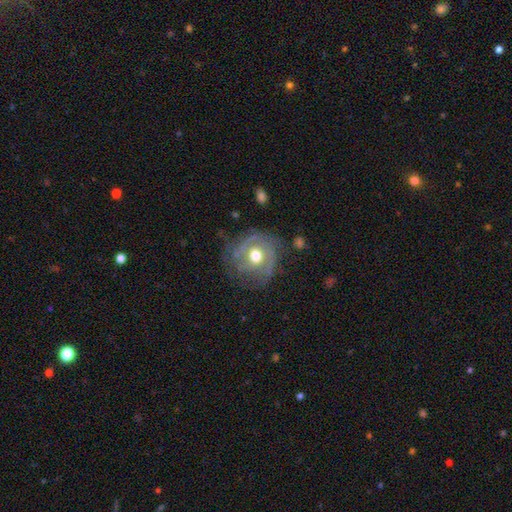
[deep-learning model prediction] Smooth or featured? featured or disk (64%)
Edge-on disk? no (96%)
Bar? no (77%)
Spiral arms? yes (66%)
Bulge size? moderate (71%)
Merging? none (62%)